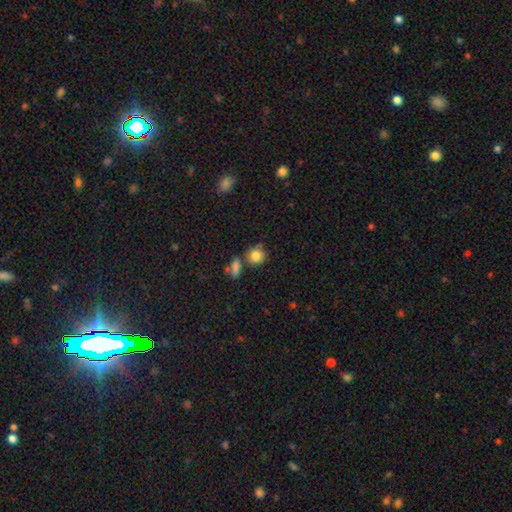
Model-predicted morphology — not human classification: This appears to be a smooth galaxy with no disk features (84%) that is round (83%). Merging: none (67%).